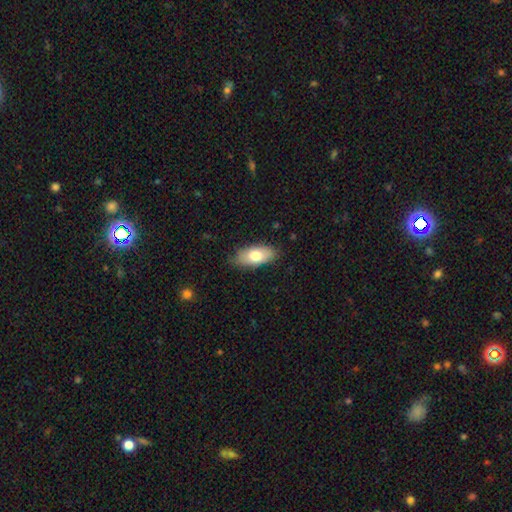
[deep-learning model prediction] smooth-or-featured: smooth: 73% | featured or disk: 20% | star or artifact: 6%
  how-rounded: in between: 88% | cigar-shaped: 8% | round: 4%
  merging: none: 81% | minor disturbance: 15% | major disturbance: 3% | merger: 1%